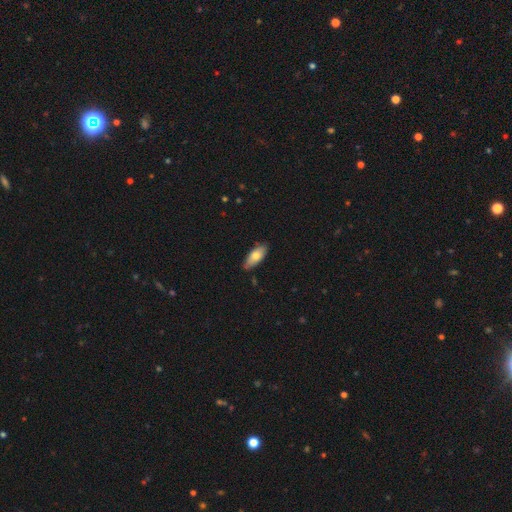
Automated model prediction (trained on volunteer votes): Smooth or featured? Predicted: smooth (p=0.73). How rounded? Predicted: in between (p=0.81). Merging? Predicted: none (p=0.80).